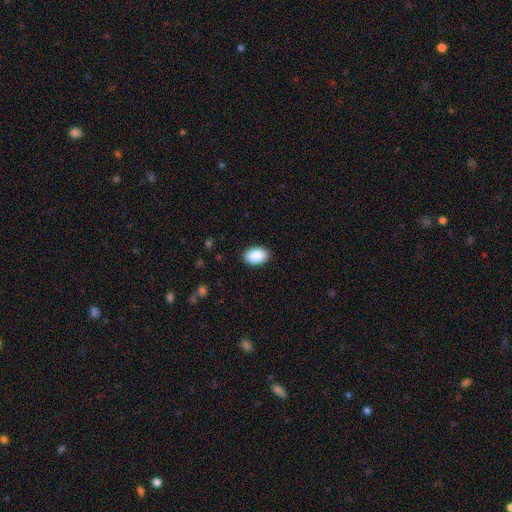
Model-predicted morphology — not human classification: Overall: smooth (90%). How rounded: in between (89%). Merging: none (88%).